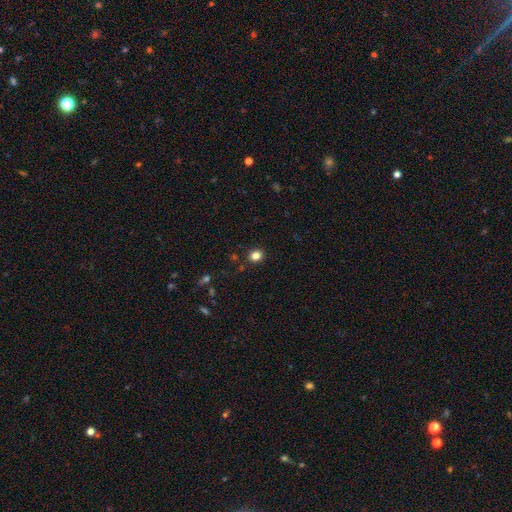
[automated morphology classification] Smooth or featured? smooth (82%)
How rounded? round (66%)
Merging? none (88%)